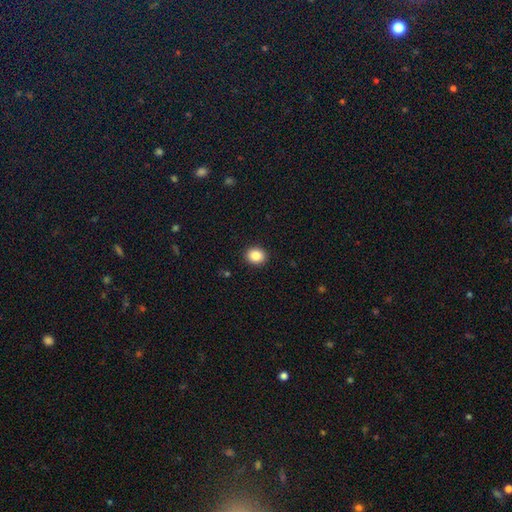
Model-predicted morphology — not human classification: Smooth or featured? smooth (86%)
How rounded? round (67%)
Merging? none (92%)